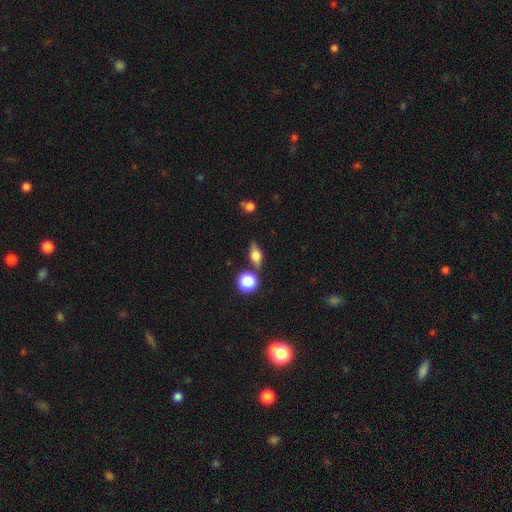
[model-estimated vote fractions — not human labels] The model was most divided on "smooth or featured": smooth: 54%, featured or disk: 34%, star or artifact: 12%. More confident: merging — none (75%); how rounded — in between (58%).